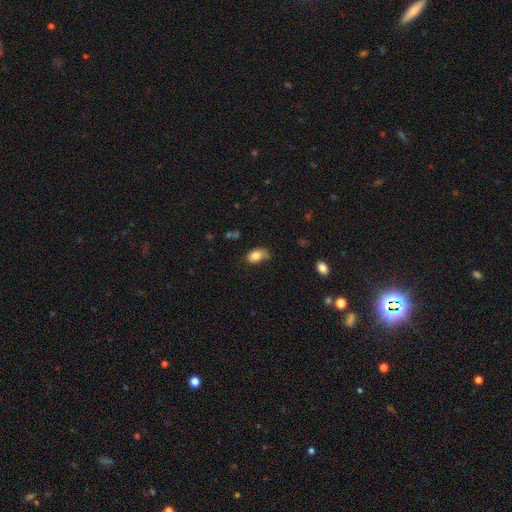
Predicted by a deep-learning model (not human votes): smooth_or_featured: smooth (p=0.82) [alt: featured or disk p=0.09]
how_rounded: in between (p=0.88) [alt: round p=0.11]
merging: none (p=0.59) [alt: minor disturbance p=0.31]